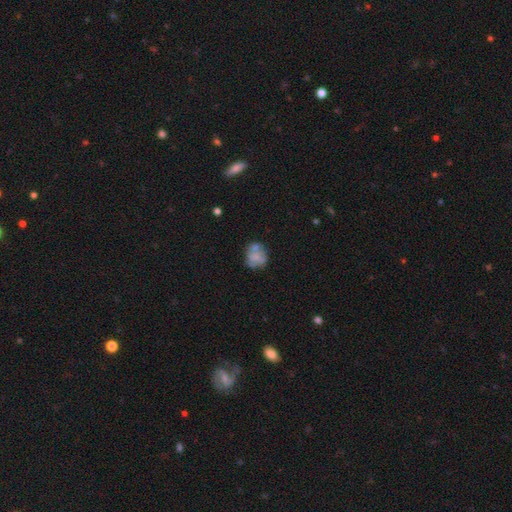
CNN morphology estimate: Smooth or featured? smooth (49%)
Merging? none (50%)